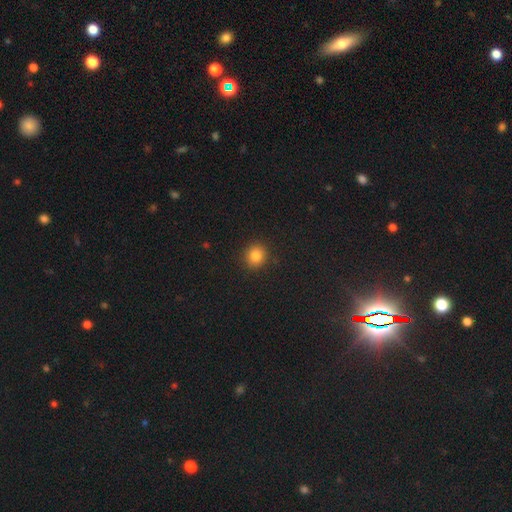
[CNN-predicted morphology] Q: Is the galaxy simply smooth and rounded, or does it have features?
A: smooth — 83%.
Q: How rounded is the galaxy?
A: round — 88%.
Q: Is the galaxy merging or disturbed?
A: none — 91%.